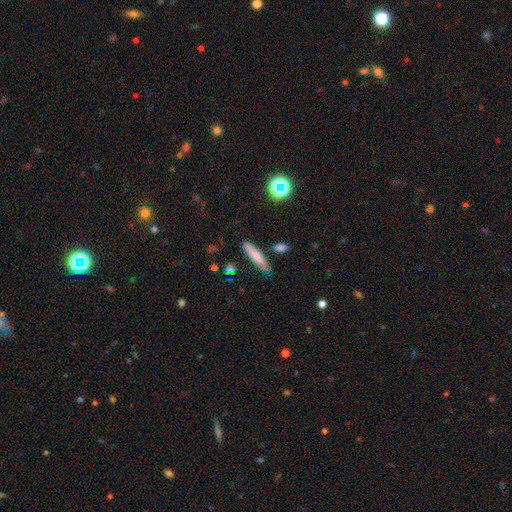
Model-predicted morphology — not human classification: Smooth or featured? smooth (72%)
How rounded? cigar-shaped (80%)
Merging? none (78%)